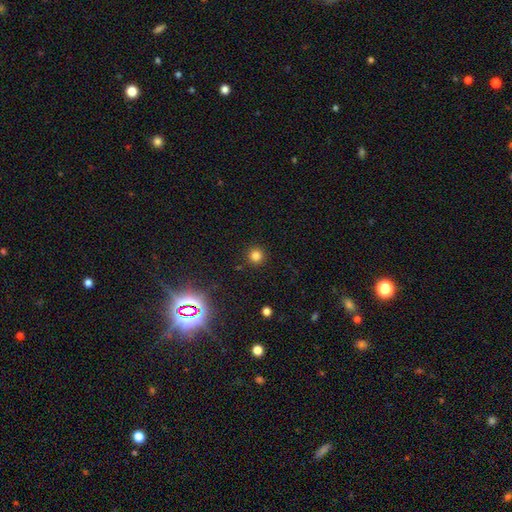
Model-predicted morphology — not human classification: This appears to be a smooth galaxy with no disk features (80%) that is round (95%). Merging: none (91%).